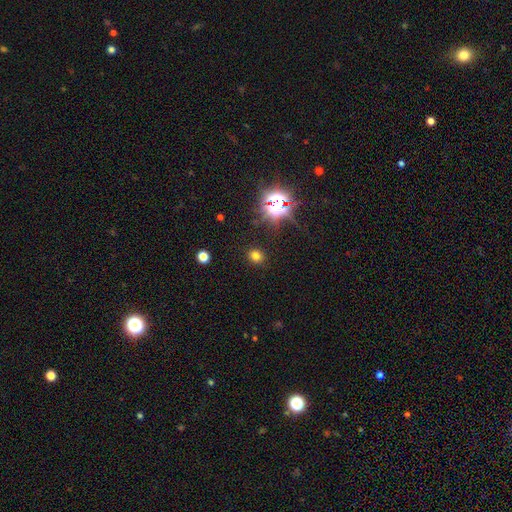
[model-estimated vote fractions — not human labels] This appears to be a smooth galaxy with no disk features (70%) that is round (77%). Merging: none (88%).